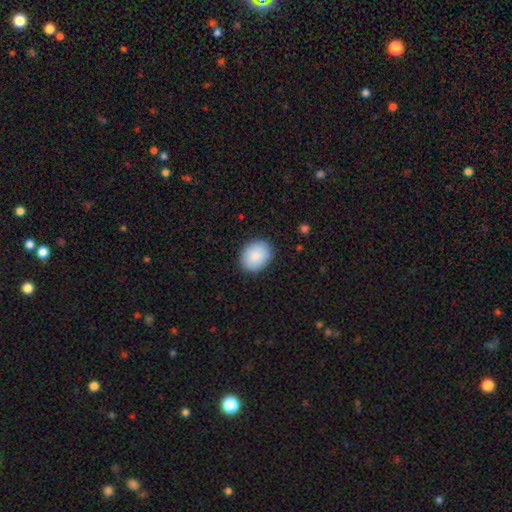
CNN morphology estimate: A smooth galaxy with no disk features (88%) that is in between round and cigar-shaped (56%). Merging: none (88%).